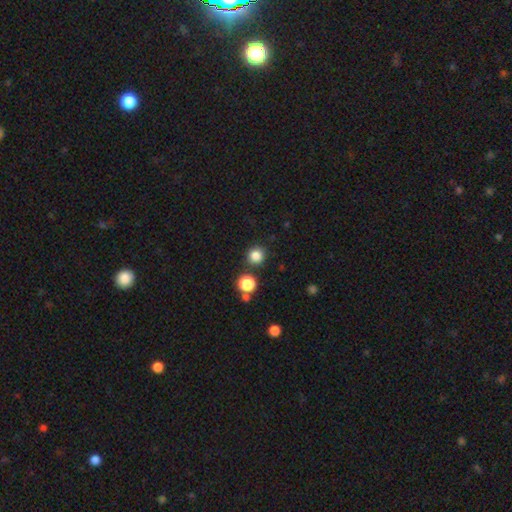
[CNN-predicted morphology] A smooth galaxy with no disk features (83%) that is round (92%). Merging: none (85%).